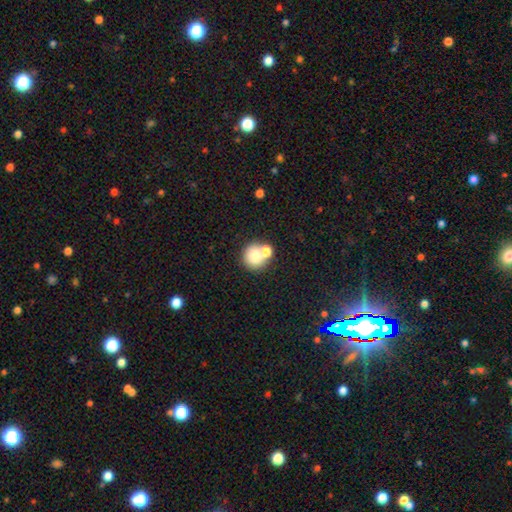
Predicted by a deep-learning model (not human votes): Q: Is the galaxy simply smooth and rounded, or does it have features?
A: smooth — 77%.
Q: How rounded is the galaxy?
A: round — 89%.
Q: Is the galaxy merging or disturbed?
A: none — 52%.